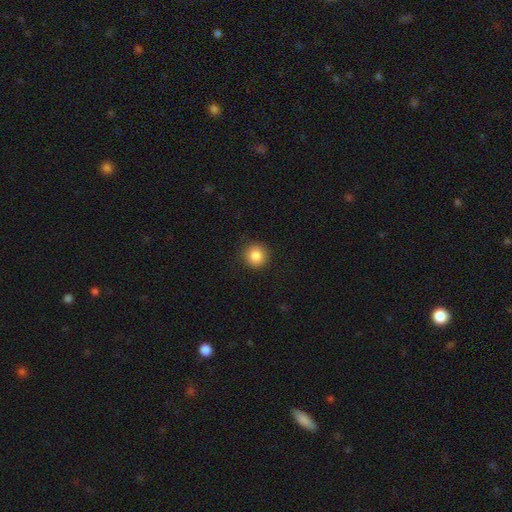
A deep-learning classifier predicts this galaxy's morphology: This appears to be a smooth galaxy with no disk features (86%) that is round (94%). Merging: none (90%).